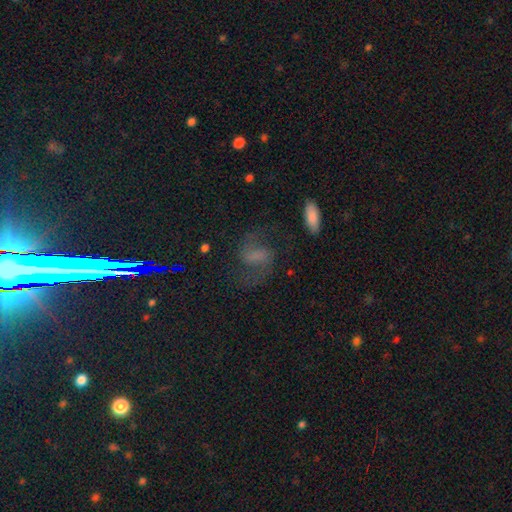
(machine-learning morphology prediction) A featured or disk galaxy (68%) with a weak bar (44%), 2 (92%) loose (46%) spiral arms (93%) and no central bulge (52%). Merging: none (69%).